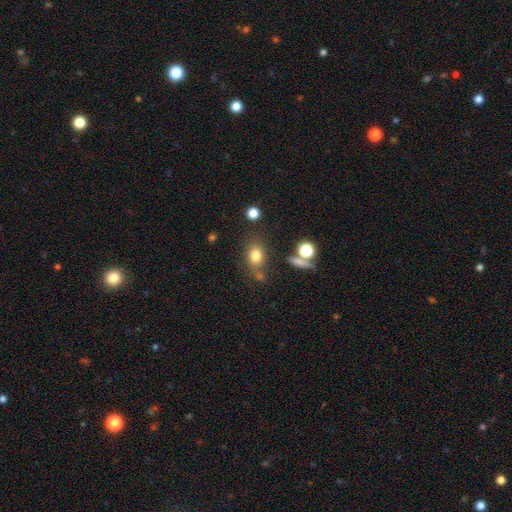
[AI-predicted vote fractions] smooth_or_featured: smooth (p=0.77) [alt: star or artifact p=0.13]
how_rounded: in between (p=0.64) [alt: round p=0.33]
merging: none (p=0.69) [alt: minor disturbance p=0.15]